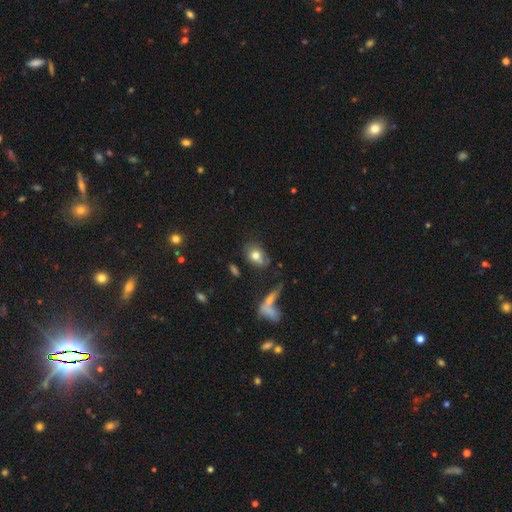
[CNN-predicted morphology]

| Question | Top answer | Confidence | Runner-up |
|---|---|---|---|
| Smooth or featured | smooth | 76% | featured or disk (14%) |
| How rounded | in between | 60% | round (37%) |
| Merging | none | 61% | minor disturbance (20%) |